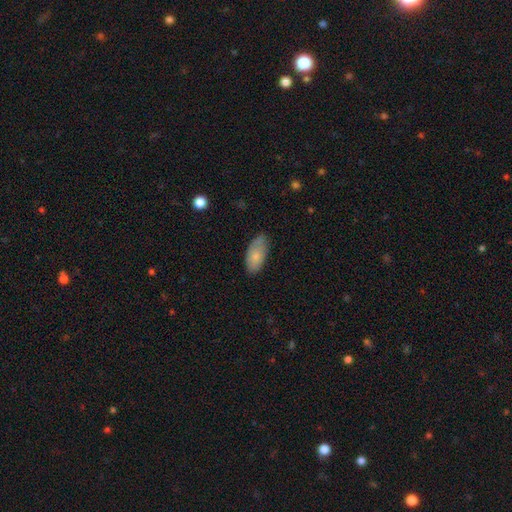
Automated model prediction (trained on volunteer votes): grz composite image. It shows a smooth galaxy with no disk features (78%) that is in between round and cigar-shaped (92%). Merging: none (67%).